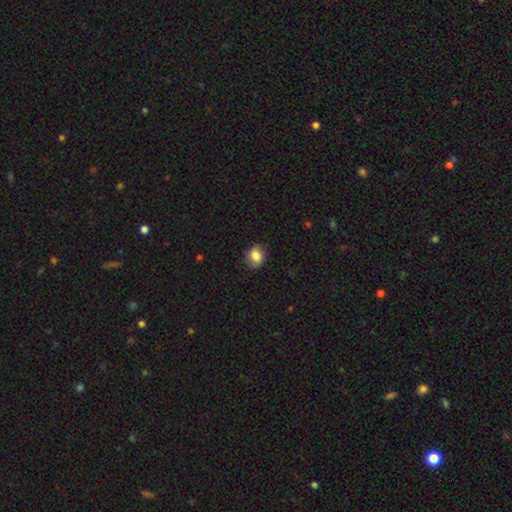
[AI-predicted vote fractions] A smooth galaxy with no disk features (84%) that is round (53%). Merging: none (77%).